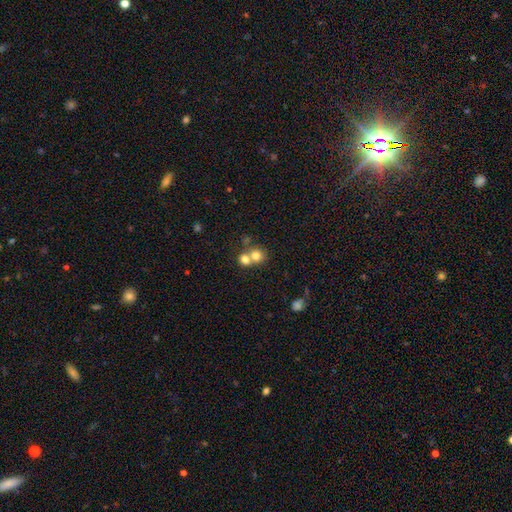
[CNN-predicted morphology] Smooth or featured: smooth — 75% (featured or disk — 13%)
How rounded: round — 83% (in between — 16%)
Merging: merger — 56% (none — 37%)